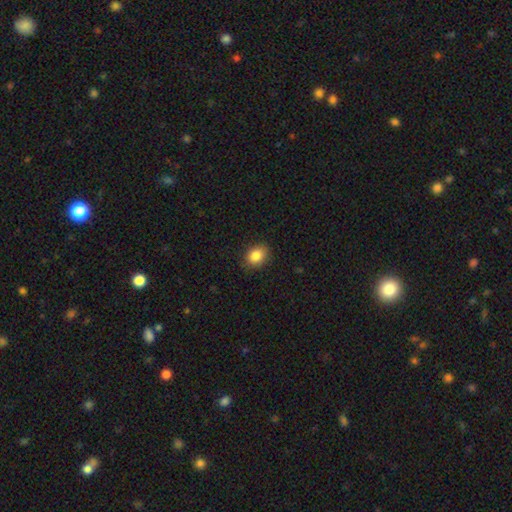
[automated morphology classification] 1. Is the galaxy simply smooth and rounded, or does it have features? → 85% smooth, 9% star or artifact, 6% featured or disk.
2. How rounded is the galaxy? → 63% in between, 36% round, 1% cigar-shaped.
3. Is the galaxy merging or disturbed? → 86% none, 10% minor disturbance, 2% major disturbance, 1% merger.